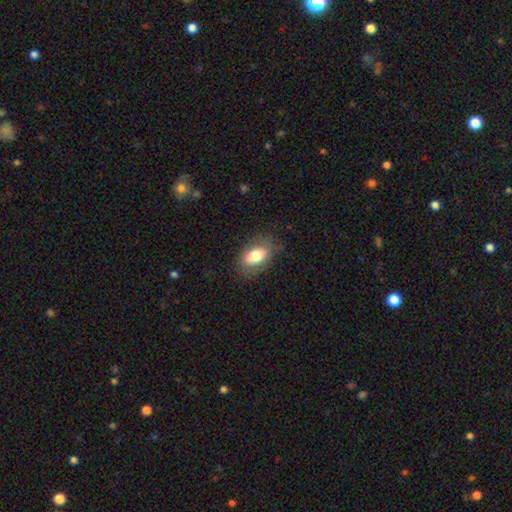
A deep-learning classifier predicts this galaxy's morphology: A smooth galaxy with no disk features (74%) that is in between round and cigar-shaped (89%).

Vote fractions:
- Smooth or featured? smooth: 74% / featured or disk: 19% / star or artifact: 7%
- How rounded? in between: 89% / round: 9% / cigar-shaped: 3%
- Merging? none: 76% / minor disturbance: 17% / major disturbance: 7% / merger: 1%